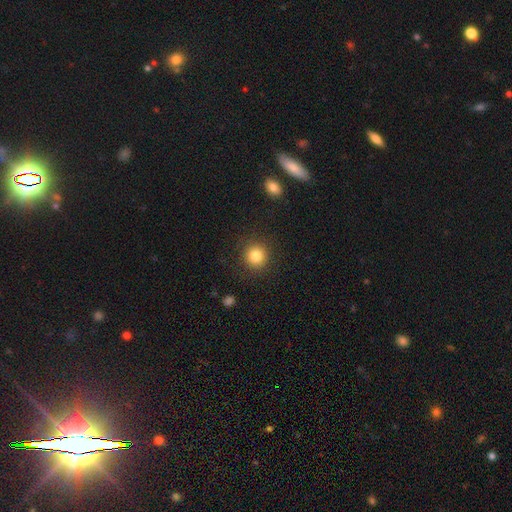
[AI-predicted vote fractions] This appears to be a smooth galaxy with no disk features (84%) that is round (92%). Merging: none (89%).